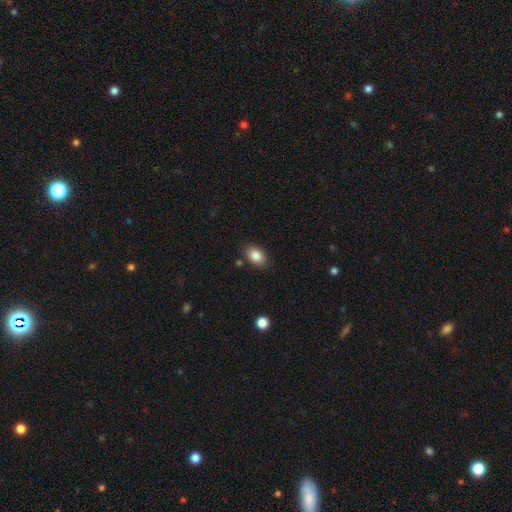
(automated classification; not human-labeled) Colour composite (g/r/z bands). It shows a smooth galaxy with no disk features (86%) that is in between round and cigar-shaped (84%). Merging: none (83%).